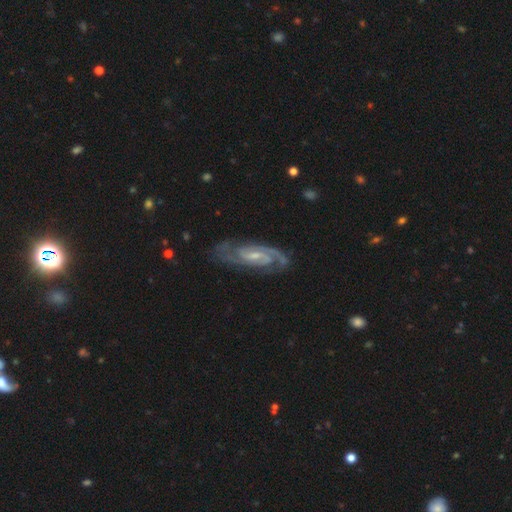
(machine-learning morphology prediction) A featured or disk galaxy (90%) with a weak bar (52%), 2 (78%) medium (48%) spiral arms (98%) and a small central bulge (62%).

Vote fractions:
- Smooth or featured? featured or disk: 90% / smooth: 5% / star or artifact: 5%
- Edge-on disk? no: 94% / yes: 6%
- Bar? weak: 52% / no: 30% / strong: 18%
- Spiral arms? yes: 98% / no: 2%
- Spiral winding? medium: 48% / tight: 42% / loose: 10%
- Spiral arm count? 2: 78% / 3: 8% / can't tell: 7% / 4: 2% / 1: 2% / more than 4: 2%
- Bulge size? small: 62% / moderate: 29% / none: 7% / large: 1% / dominant: 1%
- Merging? none: 78% / minor disturbance: 15% / major disturbance: 5% / merger: 2%